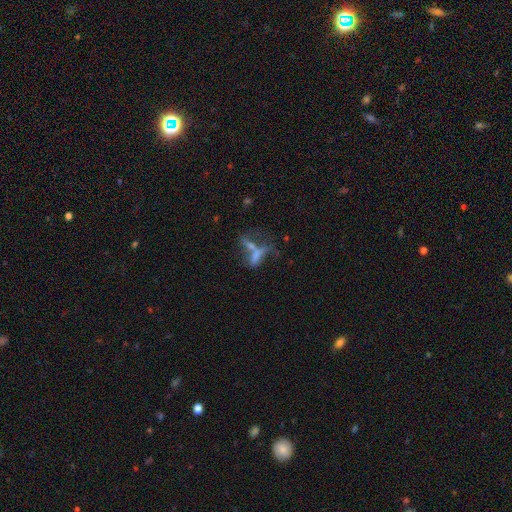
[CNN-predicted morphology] smooth_or_featured: featured or disk (p=0.43) [alt: smooth p=0.36]
merging: merger (p=0.40) [alt: major disturbance p=0.25]